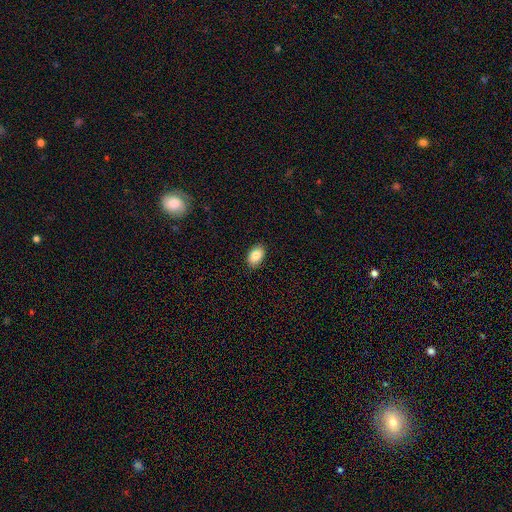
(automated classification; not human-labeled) The model was most divided on "how rounded": in between: 88%, round: 11%, cigar-shaped: 1%. More confident: merging — none (88%); smooth or featured — smooth (86%).